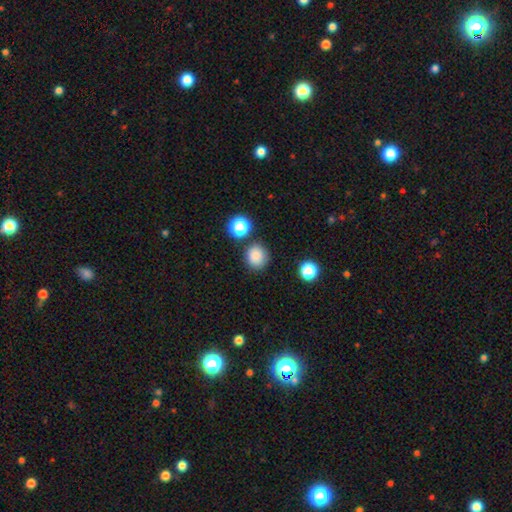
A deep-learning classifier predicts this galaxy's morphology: This appears to be a smooth galaxy with no disk features (84%) that is round (85%). Merging: none (82%).